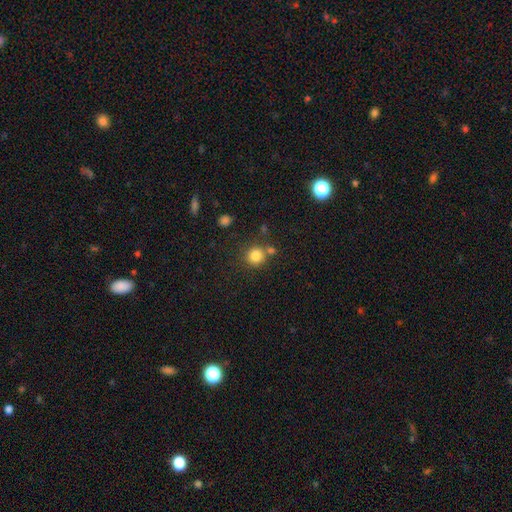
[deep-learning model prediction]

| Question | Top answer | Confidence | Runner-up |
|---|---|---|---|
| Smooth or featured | smooth | 82% | star or artifact (12%) |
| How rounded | round | 90% | in between (9%) |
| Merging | none | 71% | merger (16%) |